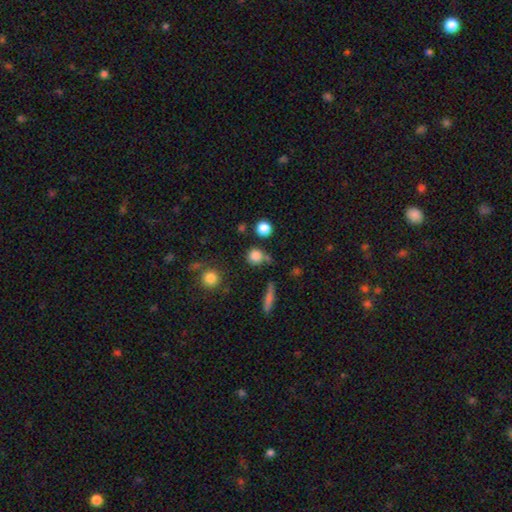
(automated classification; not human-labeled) The model was most divided on "merging": none: 73%, merger: 12%, minor disturbance: 11%, major disturbance: 4%. More confident: how rounded — round (91%); smooth or featured — smooth (82%).